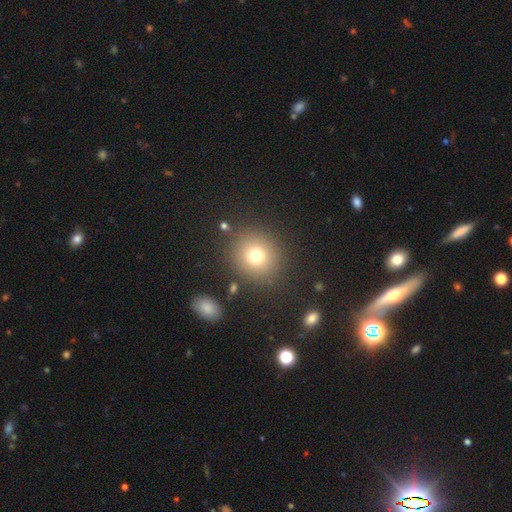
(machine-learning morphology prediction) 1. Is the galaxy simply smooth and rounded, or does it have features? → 74% smooth, 15% star or artifact, 11% featured or disk.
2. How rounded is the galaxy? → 90% round, 9% in between, 1% cigar-shaped.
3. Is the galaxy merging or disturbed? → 86% none, 7% minor disturbance, 4% major disturbance, 3% merger.